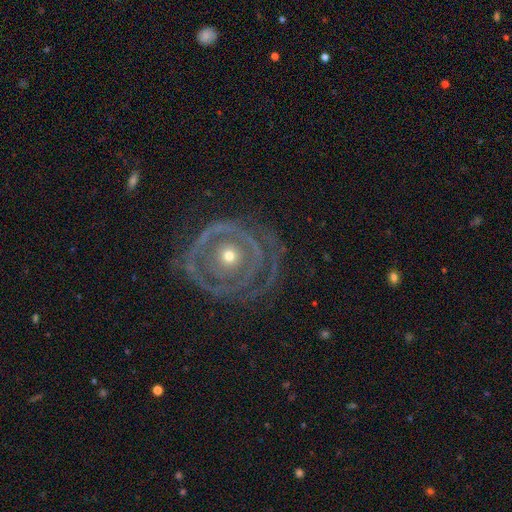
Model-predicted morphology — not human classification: featured or disk 81%, smooth 12%, star or artifact 7%. Down the decision tree: edge-on disk — no (96%); bar — no (78%); spiral arms — yes (68%); spiral arm count — 2 (33%); spiral winding — tight (75%); bulge size — moderate (54%); merging — none (74%).